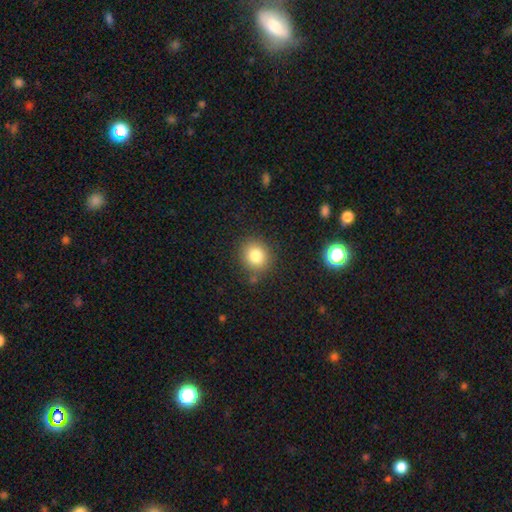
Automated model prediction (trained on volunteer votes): Morphology: type=smooth (80%); roundness=round (83%); merging=none (83%).